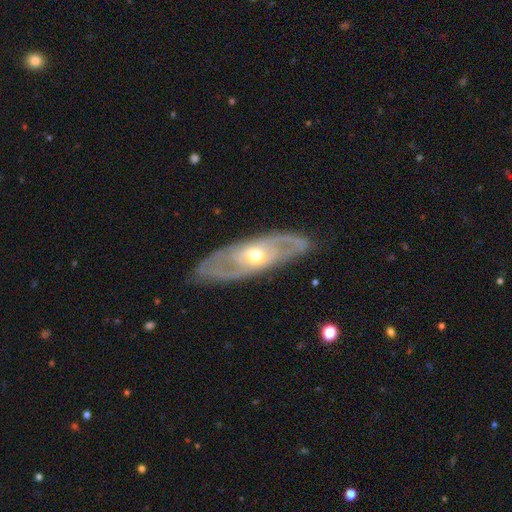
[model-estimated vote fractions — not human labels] Smooth or featured: featured or disk — 82% (smooth — 14%)
Edge-on disk: no — 82% (yes — 18%)
Bar: no — 61% (weak — 29%)
Spiral arms: yes — 80% (no — 20%)
Spiral winding: tight — 46% (medium — 39%)
Spiral arm count: 2 — 68% (can't tell — 21%)
Bulge size: moderate — 63% (small — 31%)
Merging: none — 83% (minor disturbance — 12%)